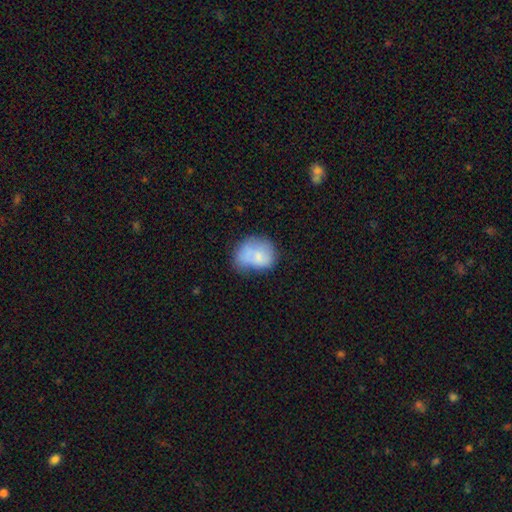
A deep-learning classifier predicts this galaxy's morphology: Overall: smooth (69%). How rounded: in between (53%; round 46%). Merging: none (33%; minor disturbance 29%).